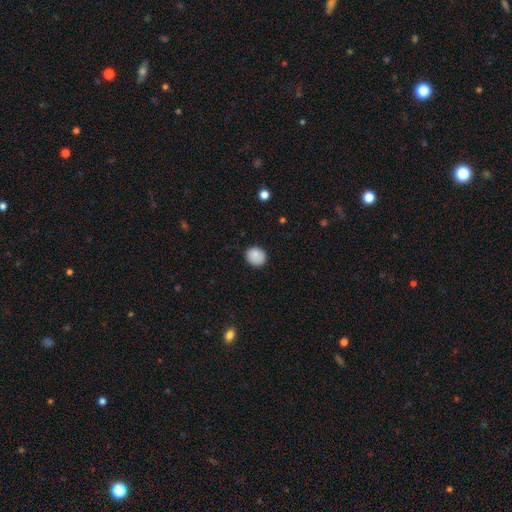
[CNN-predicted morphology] A smooth galaxy with no disk features (87%) that is round (80%). Merging: none (84%).